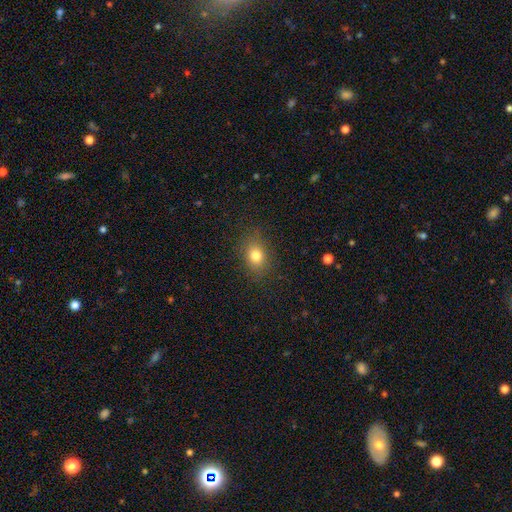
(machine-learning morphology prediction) Smooth or featured? smooth (80%)
How rounded? in between (64%)
Merging? none (85%)